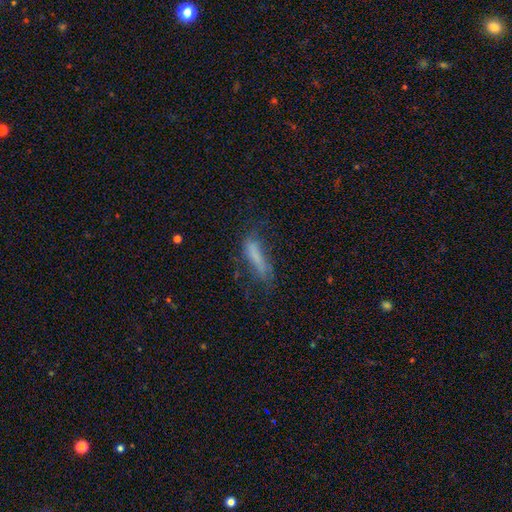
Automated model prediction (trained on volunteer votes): smooth 57%, featured or disk 31%, star or artifact 13%. Down the decision tree: how rounded — cigar-shaped (68%); merging — none (42%).